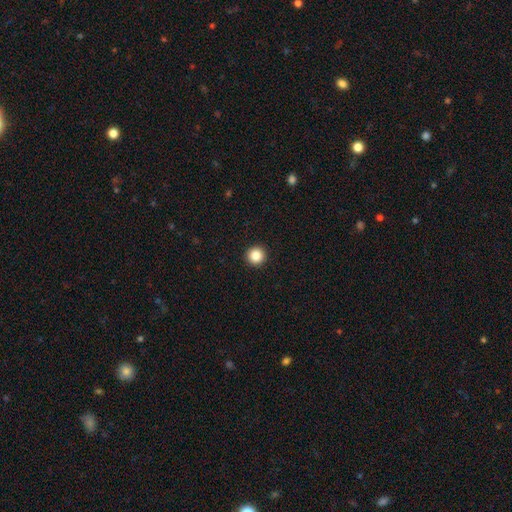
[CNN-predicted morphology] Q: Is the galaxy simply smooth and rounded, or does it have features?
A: smooth — 85%.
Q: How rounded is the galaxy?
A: round — 96%.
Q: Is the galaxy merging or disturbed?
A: none — 94%.